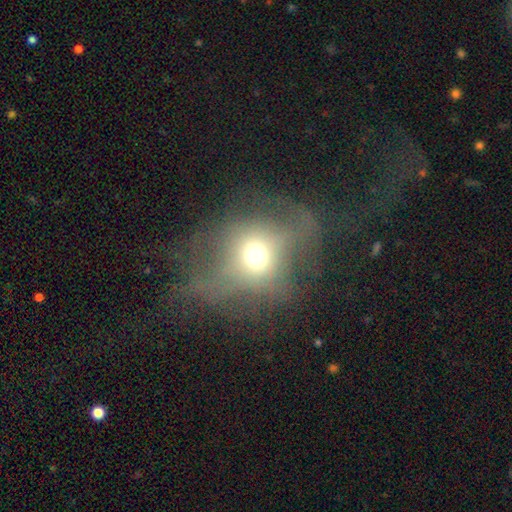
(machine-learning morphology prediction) A smooth galaxy with no disk features (45%).

Vote fractions:
- Smooth or featured? smooth: 45% / featured or disk: 36% / star or artifact: 19%
- Merging? major disturbance: 42% / none: 40% / minor disturbance: 16% / merger: 3%